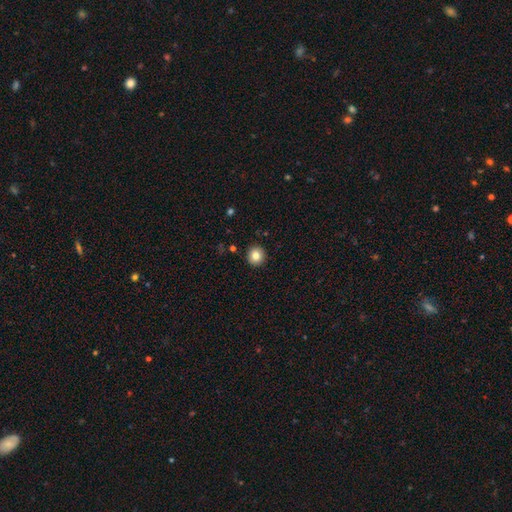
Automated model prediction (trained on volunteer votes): Overall: smooth (82%). How rounded: round (93%). Merging: none (93%).